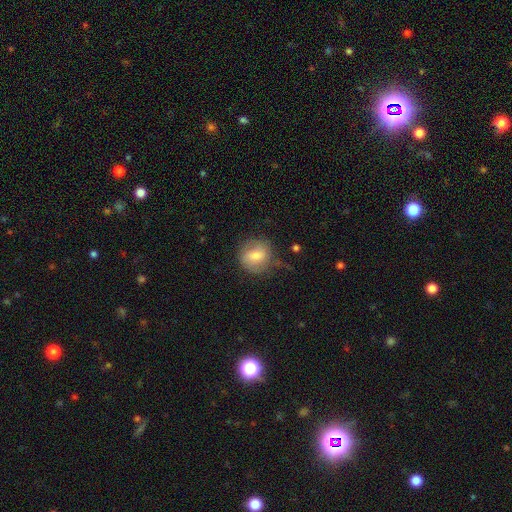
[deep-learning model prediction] smooth_or_featured: smooth (p=0.66) [alt: featured or disk p=0.26]
how_rounded: round (p=0.74) [alt: in between p=0.24]
merging: none (p=0.63) [alt: minor disturbance p=0.23]